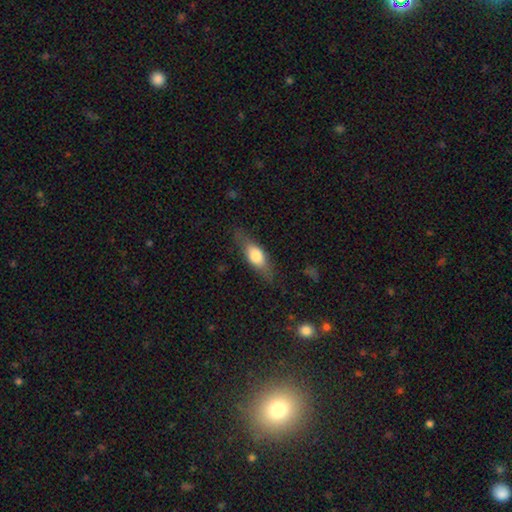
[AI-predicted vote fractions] Morphology: type=smooth (61%); roundness=in between (59%); merging=none (77%).